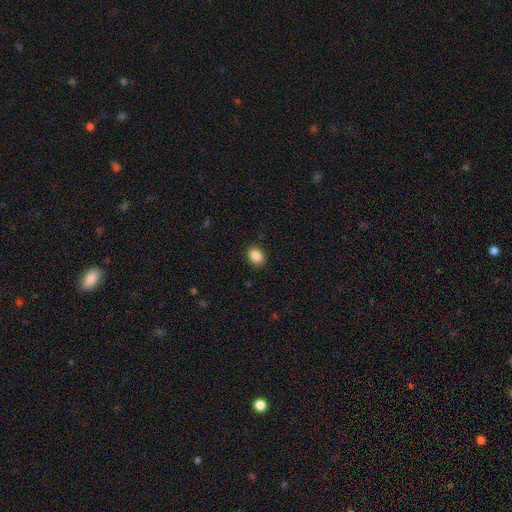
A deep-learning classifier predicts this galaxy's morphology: smooth-or-featured: smooth: 88% | star or artifact: 8% | featured or disk: 4%
  how-rounded: in between: 67% | round: 32% | cigar-shaped: 1%
  merging: none: 89% | minor disturbance: 8% | major disturbance: 2% | merger: 1%